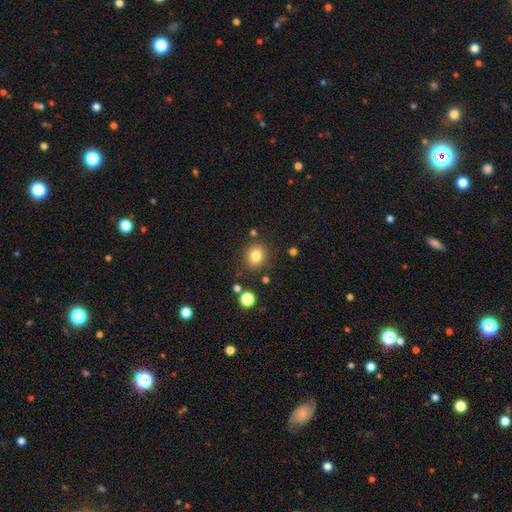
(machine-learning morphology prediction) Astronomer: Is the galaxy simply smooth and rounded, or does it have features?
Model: smooth — 81%.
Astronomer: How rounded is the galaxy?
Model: round — 80%.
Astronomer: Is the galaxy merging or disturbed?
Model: none — 84%.